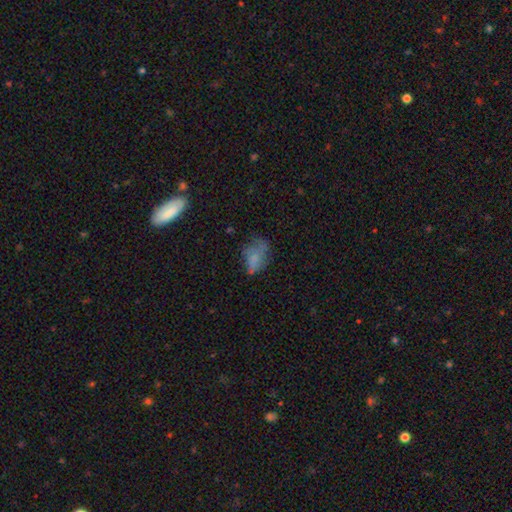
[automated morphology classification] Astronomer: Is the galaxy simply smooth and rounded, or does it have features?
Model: smooth — 60%.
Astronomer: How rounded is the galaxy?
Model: in between — 81%.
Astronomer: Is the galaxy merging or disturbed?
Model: none — 41% (runner-up: minor disturbance, 29%).